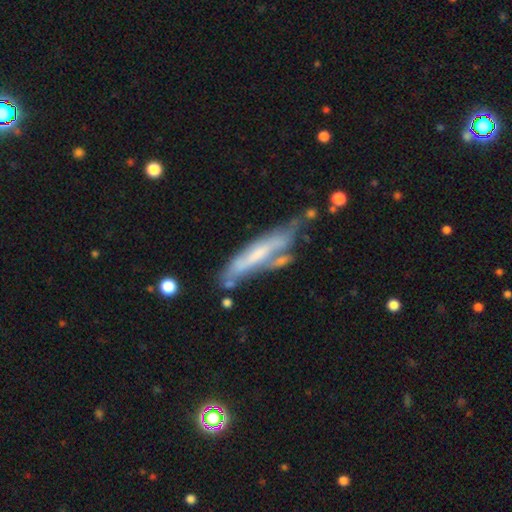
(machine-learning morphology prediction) This appears to be a featured or disk galaxy (56%) viewed edge-on (61%). Merging: none (40%).